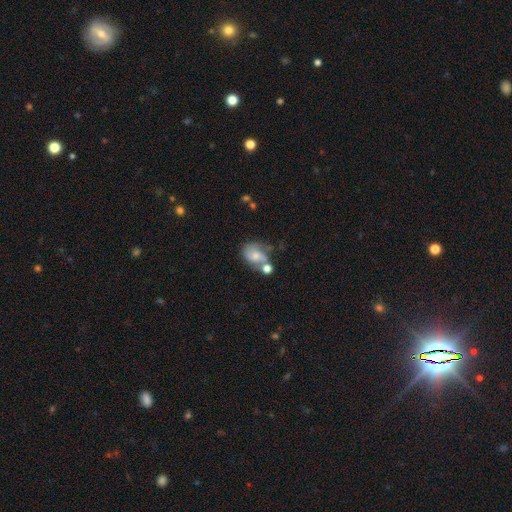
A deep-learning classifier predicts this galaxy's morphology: This appears to be a featured or disk galaxy (46%). Merging: none (33%, tied with merger).